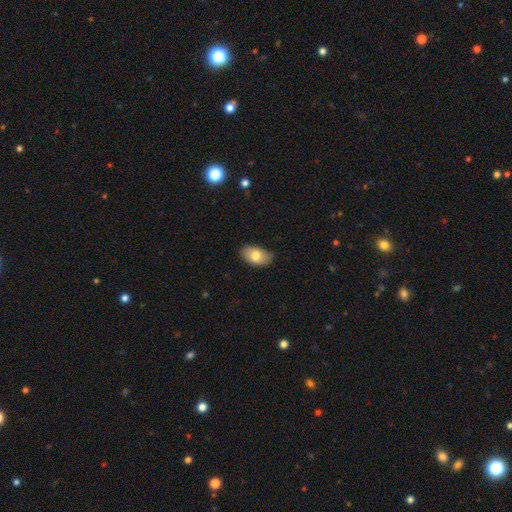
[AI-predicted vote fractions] A smooth galaxy with no disk features (78%) that is in between round and cigar-shaped (93%). Merging: none (81%).